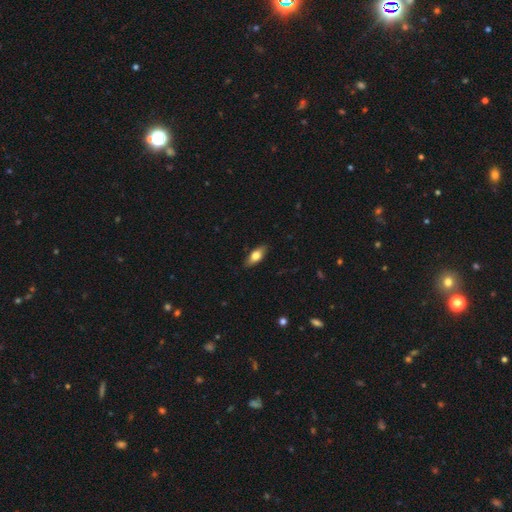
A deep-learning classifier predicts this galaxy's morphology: Overall: smooth (69%). How rounded: in between (79%). Merging: none (86%).